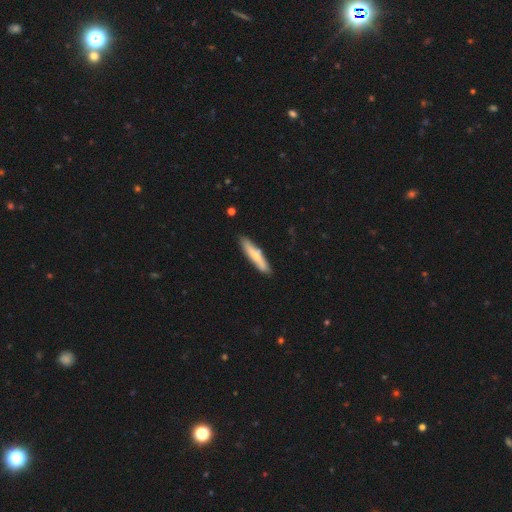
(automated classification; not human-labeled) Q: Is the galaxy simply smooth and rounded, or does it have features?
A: smooth — 67%.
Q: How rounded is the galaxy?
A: cigar-shaped — 87%.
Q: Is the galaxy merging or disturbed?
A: none — 81%.